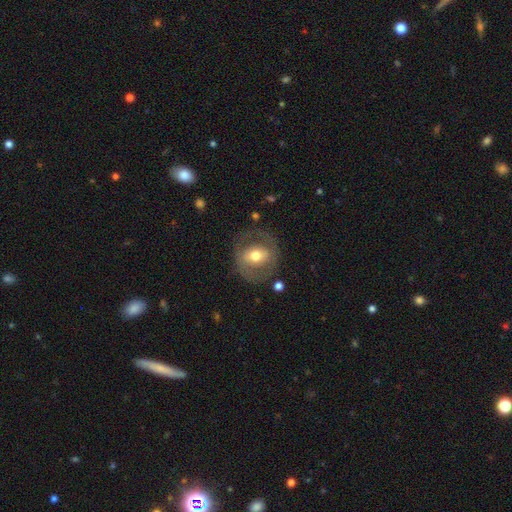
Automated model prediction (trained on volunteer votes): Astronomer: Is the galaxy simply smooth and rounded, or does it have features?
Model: featured or disk — 53% (runner-up: smooth, 41%).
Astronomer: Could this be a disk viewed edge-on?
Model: no — 94%.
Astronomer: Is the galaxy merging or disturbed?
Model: none — 72%.